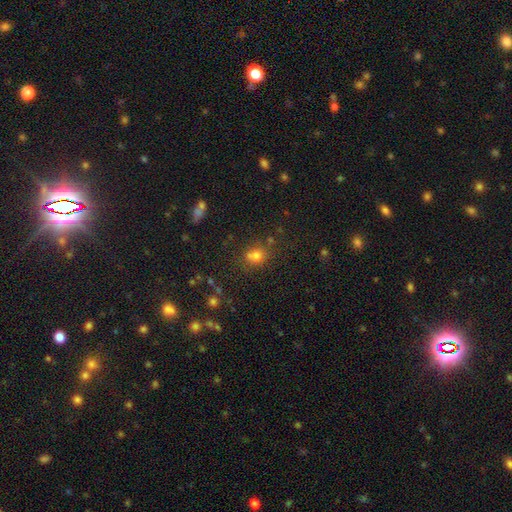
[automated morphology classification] Smooth or featured? Predicted: smooth (p=0.70). How rounded? Predicted: round (p=0.60). Merging? Predicted: none (p=0.60).